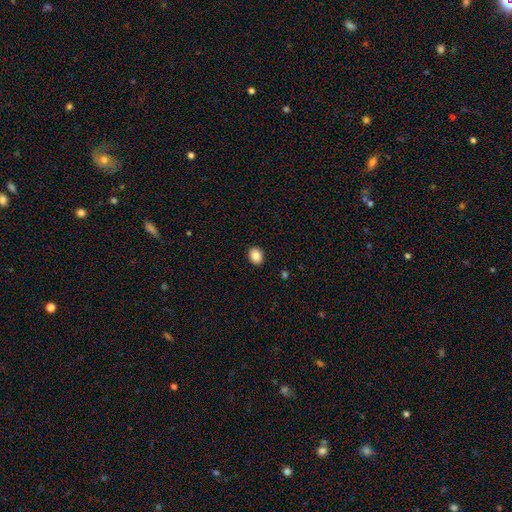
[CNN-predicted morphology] Smooth or featured? Predicted: smooth (p=0.85). How rounded? Predicted: round (p=0.53). Merging? Predicted: none (p=0.92).